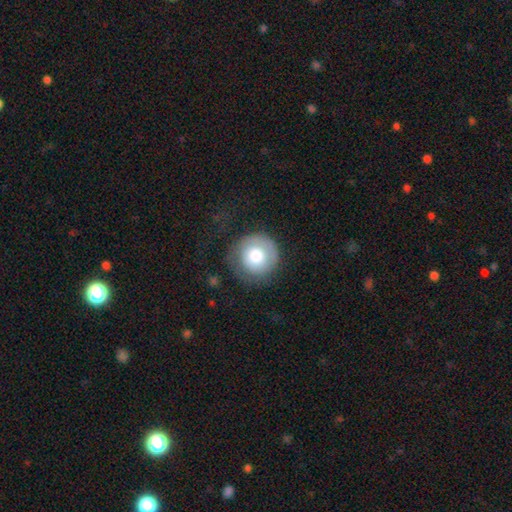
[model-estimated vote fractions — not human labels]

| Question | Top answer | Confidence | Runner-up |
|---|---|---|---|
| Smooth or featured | smooth | 68% | featured or disk (25%) |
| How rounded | round | 94% | in between (5%) |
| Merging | none | 63% | minor disturbance (20%) |